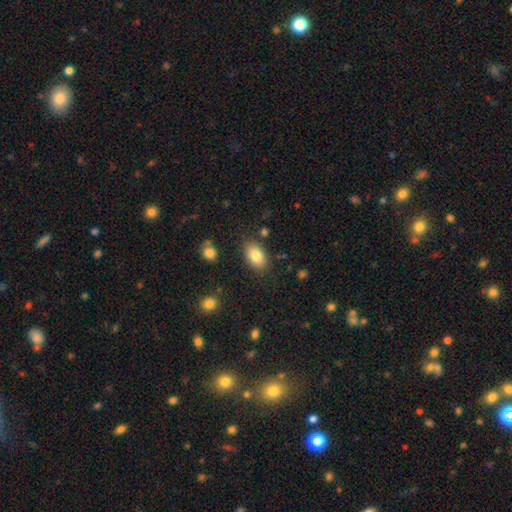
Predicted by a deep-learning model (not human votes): Overall: smooth (83%). How rounded: in between (89%). Merging: none (83%).